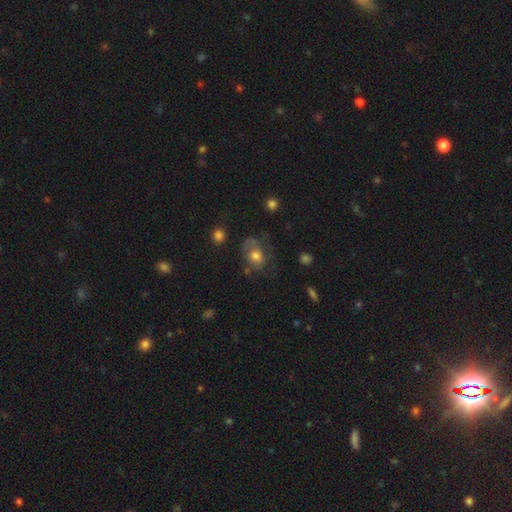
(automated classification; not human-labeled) Smooth or featured?
  - smooth: 57% *
  - featured or disk: 33%
  - star or artifact: 10%
How rounded?
  - in between: 55% *
  - round: 44%
  - cigar-shaped: 1%
Merging?
  - none: 44% *
  - major disturbance: 27%
  - minor disturbance: 25%
  - merger: 4%